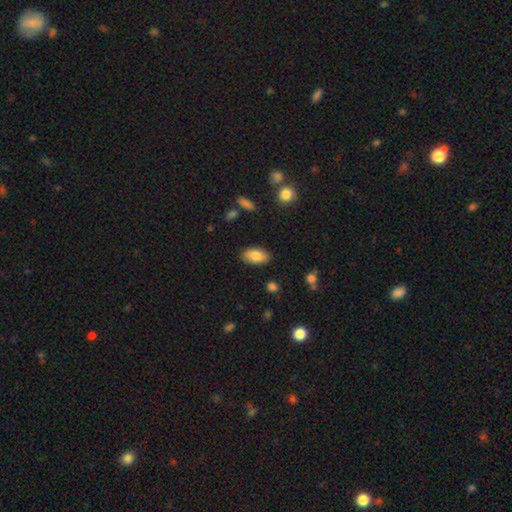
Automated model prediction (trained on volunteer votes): Smooth or featured: smooth — 83% (featured or disk — 11%)
How rounded: in between — 94% (round — 4%)
Merging: none — 86% (minor disturbance — 10%)